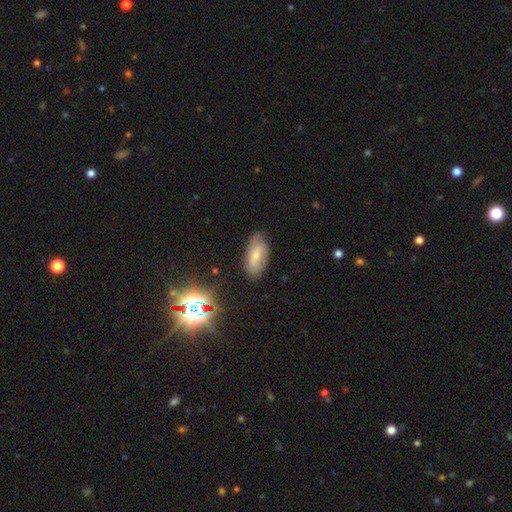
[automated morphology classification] Smooth or featured? Predicted: smooth (p=0.54). How rounded? Predicted: in between (p=0.90). Merging? Predicted: none (p=0.75).